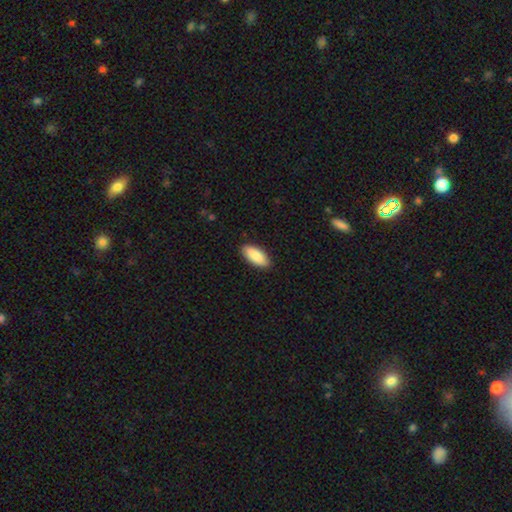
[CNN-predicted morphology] A smooth galaxy with no disk features (88%) that is in between round and cigar-shaped (87%).

Vote fractions:
- Smooth or featured? smooth: 88% / featured or disk: 7% / star or artifact: 5%
- How rounded? in between: 87% / cigar-shaped: 12% / round: 2%
- Merging? none: 89% / minor disturbance: 9% / major disturbance: 2% / merger: 1%